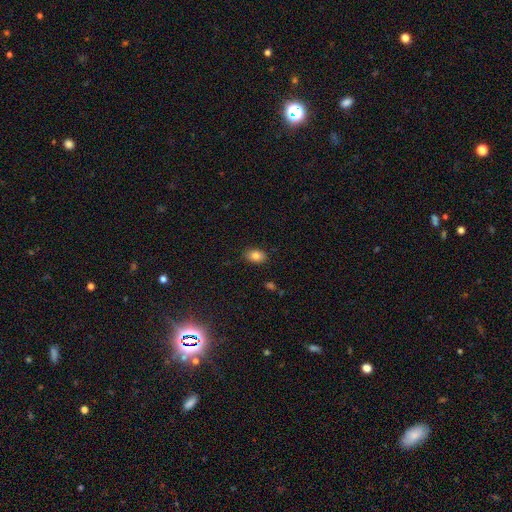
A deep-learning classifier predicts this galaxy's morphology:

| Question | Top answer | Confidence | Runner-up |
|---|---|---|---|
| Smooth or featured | smooth | 83% | star or artifact (9%) |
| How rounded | in between | 85% | round (13%) |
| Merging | none | 87% | minor disturbance (10%) |